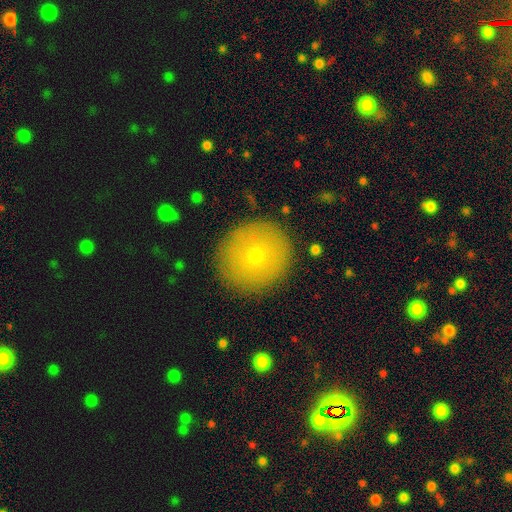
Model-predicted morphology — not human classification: A smooth galaxy with no disk features (62%) that is round (89%). Merging: none (87%).